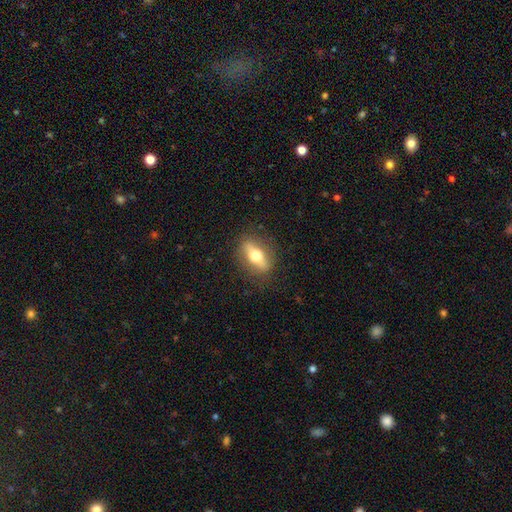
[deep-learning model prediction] Smooth or featured: featured or disk — 48% (smooth — 45%)
Merging: none — 84% (minor disturbance — 11%)